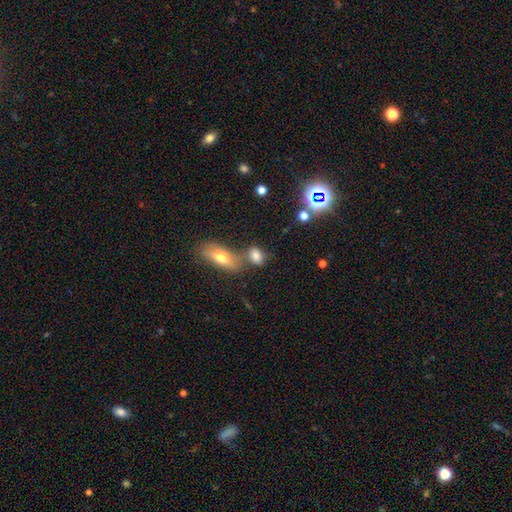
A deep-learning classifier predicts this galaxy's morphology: The model was most divided on "merging": none: 50%, merger: 29%, minor disturbance: 15%, major disturbance: 6%. More confident: how rounded — in between (78%); smooth or featured — smooth (77%).